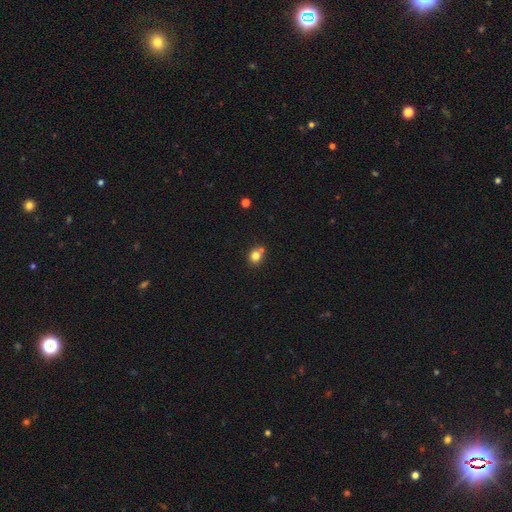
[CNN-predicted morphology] smooth 80%, star or artifact 12%, featured or disk 8%. Down the decision tree: how rounded — round (82%); merging — none (62%).